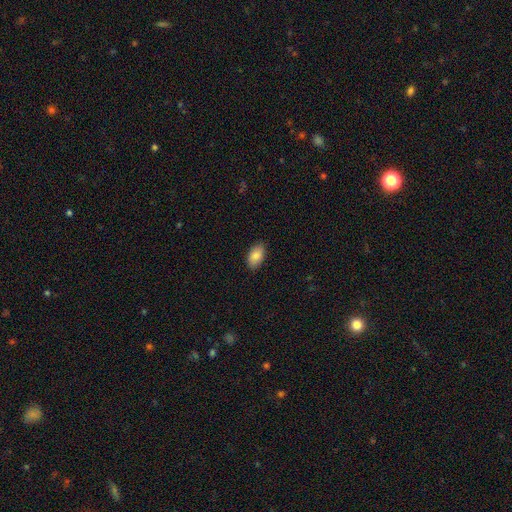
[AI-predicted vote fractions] A smooth galaxy with no disk features (86%) that is in between round and cigar-shaped (93%).

Vote fractions:
- Smooth or featured? smooth: 86% / star or artifact: 7% / featured or disk: 7%
- How rounded? in between: 93% / round: 5% / cigar-shaped: 2%
- Merging? none: 87% / minor disturbance: 10% / major disturbance: 2% / merger: 1%